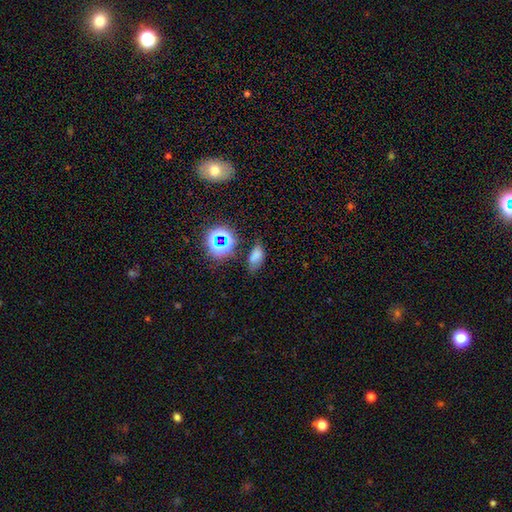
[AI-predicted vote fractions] Smooth or featured?
  - smooth: 67% *
  - star or artifact: 24%
  - featured or disk: 9%
How rounded?
  - in between: 85% *
  - round: 10%
  - cigar-shaped: 5%
Merging?
  - none: 65% *
  - minor disturbance: 22%
  - major disturbance: 8%
  - merger: 5%